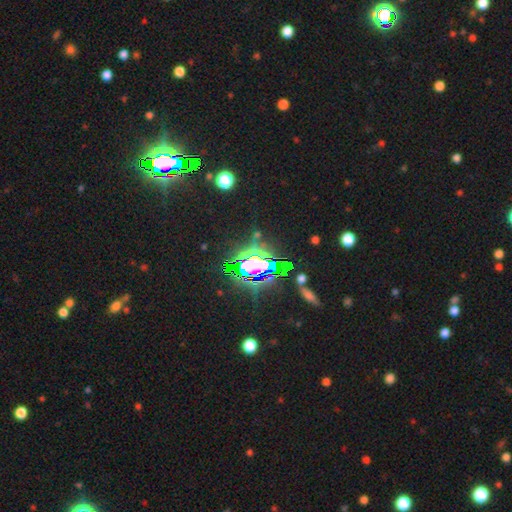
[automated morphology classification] smooth-or-featured: star or artifact: 85% | featured or disk: 8% | smooth: 7%